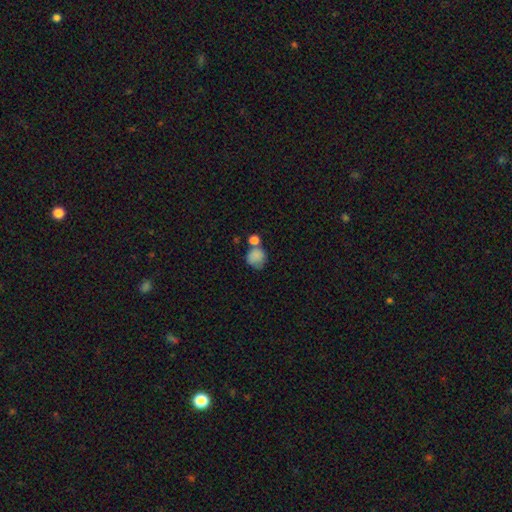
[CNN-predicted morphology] A smooth galaxy with no disk features (82%) that is round (80%). Merging: none (46%).